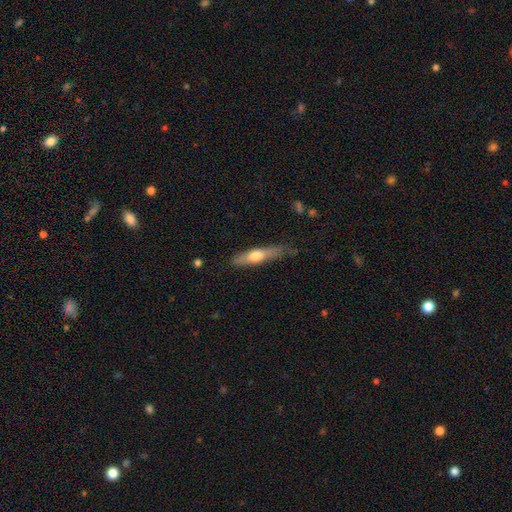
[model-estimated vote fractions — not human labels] smooth 53%, featured or disk 42%, star or artifact 5%. Down the decision tree: how rounded — cigar-shaped (81%); merging — none (72%).